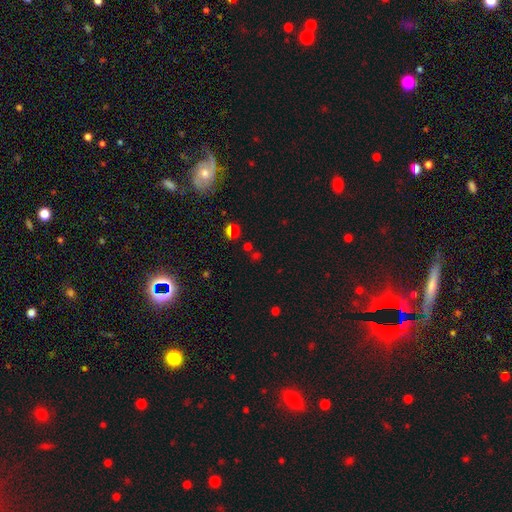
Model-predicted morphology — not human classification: Smooth or featured?
  - star or artifact: 57% *
  - smooth: 35%
  - featured or disk: 8%